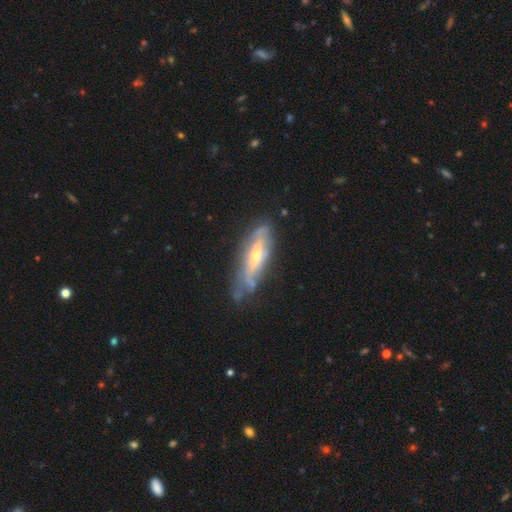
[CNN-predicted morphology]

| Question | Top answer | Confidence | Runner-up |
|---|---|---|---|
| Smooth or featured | featured or disk | 62% | smooth (29%) |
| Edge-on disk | yes | 51% | no (49%) |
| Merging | none | 73% | minor disturbance (20%) |